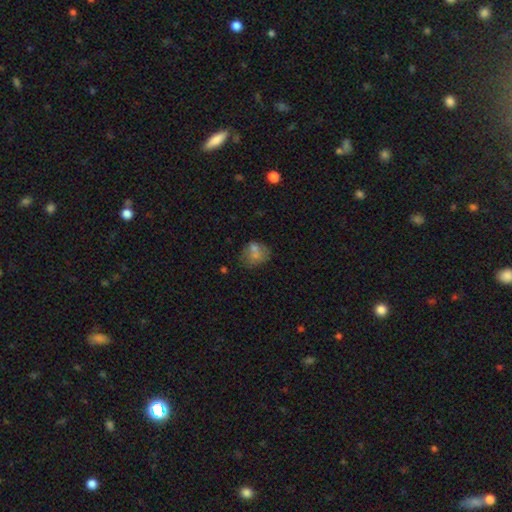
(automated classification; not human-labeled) Smooth or featured: smooth — 56% (featured or disk — 25%)
How rounded: round — 55% (in between — 43%)
Merging: none — 55% (minor disturbance — 20%)